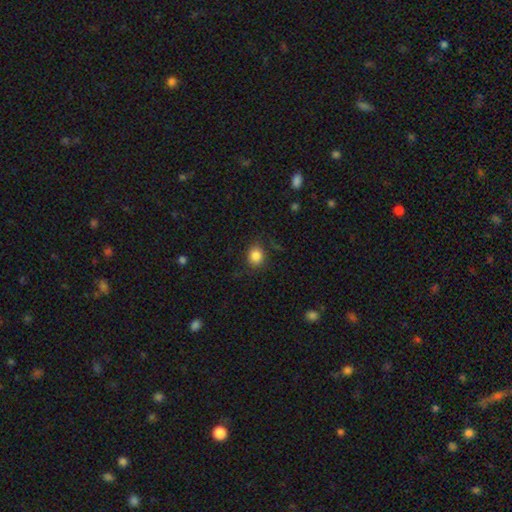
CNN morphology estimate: The model was most divided on "how rounded": round: 71%, in between: 28%, cigar-shaped: 1%. More confident: smooth or featured — smooth (85%); merging — none (82%).